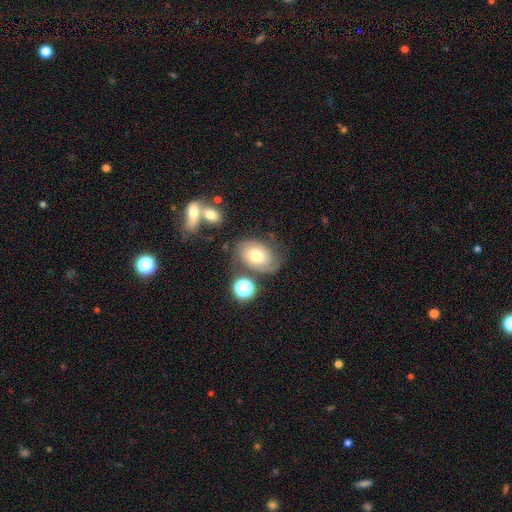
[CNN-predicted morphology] Smooth or featured? Predicted: featured or disk (p=0.64). Edge-on disk? Predicted: no (p=0.96). Bar? Predicted: no (p=0.74). Spiral arms? Predicted: yes (p=0.88). Spiral winding? Predicted: tight (p=0.53). Spiral arm count? Predicted: 2 (p=0.78). Bulge size? Predicted: moderate (p=0.66). Merging? Predicted: none (p=0.66).